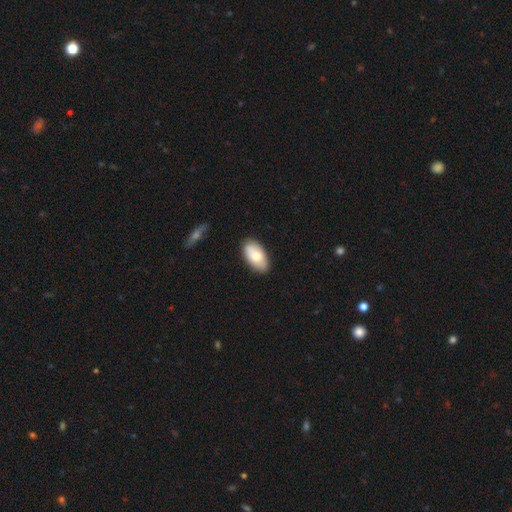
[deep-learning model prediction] A smooth galaxy with no disk features (71%) that is in between round and cigar-shaped (94%).

Vote fractions:
- Smooth or featured? smooth: 71% / featured or disk: 23% / star or artifact: 6%
- How rounded? in between: 94% / round: 3% / cigar-shaped: 3%
- Merging? none: 85% / minor disturbance: 12% / major disturbance: 2% / merger: 2%